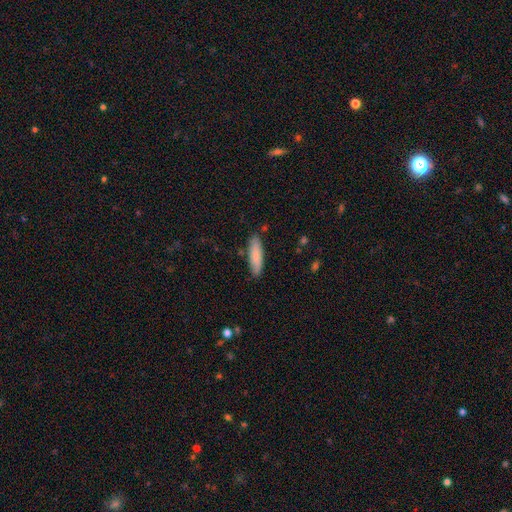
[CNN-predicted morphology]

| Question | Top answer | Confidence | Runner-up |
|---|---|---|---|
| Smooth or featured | smooth | 82% | featured or disk (12%) |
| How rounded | cigar-shaped | 67% | in between (31%) |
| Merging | none | 83% | minor disturbance (12%) |